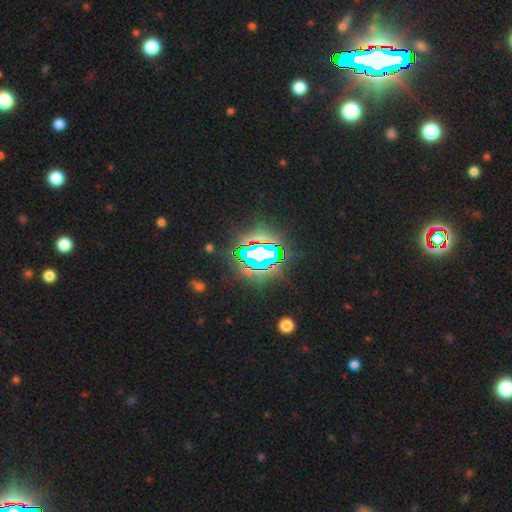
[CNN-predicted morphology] A star or artifact, not a galaxy (78%).